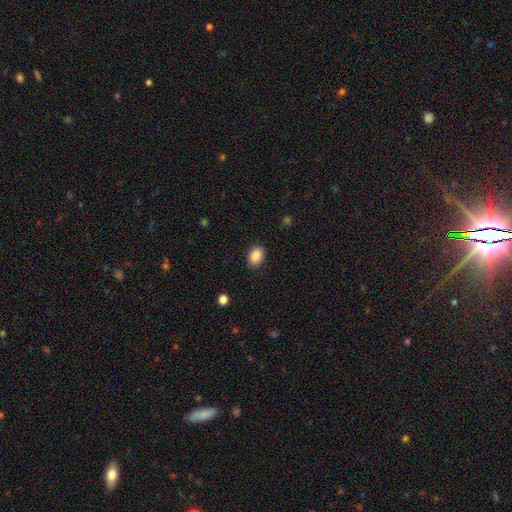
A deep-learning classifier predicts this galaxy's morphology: smooth 88%, star or artifact 8%, featured or disk 4%. Down the decision tree: how rounded — in between (75%); merging — none (87%).